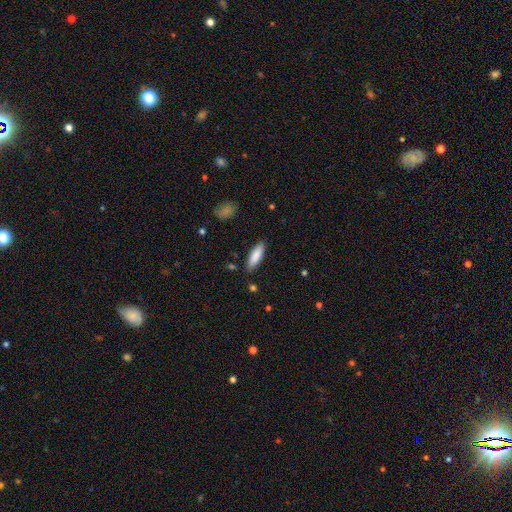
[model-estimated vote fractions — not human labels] Q: Smooth or featured?
A: smooth (86%); runner-up: featured or disk (8%)
Q: How rounded?
A: in between (50%); runner-up: cigar-shaped (49%)
Q: Merging?
A: none (86%); runner-up: minor disturbance (10%)